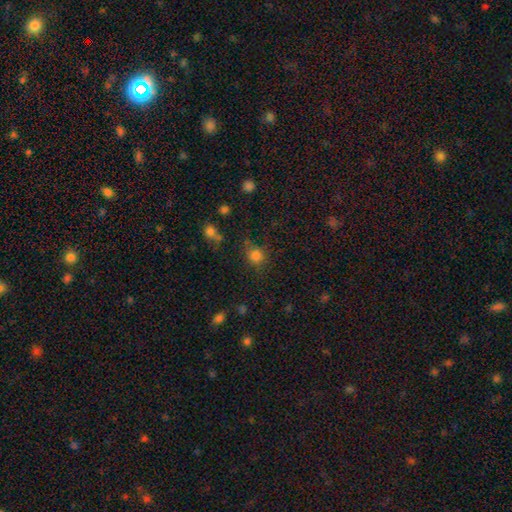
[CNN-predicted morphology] Smooth or featured: smooth — 79% (star or artifact — 15%)
How rounded: round — 82% (in between — 16%)
Merging: none — 71% (minor disturbance — 17%)